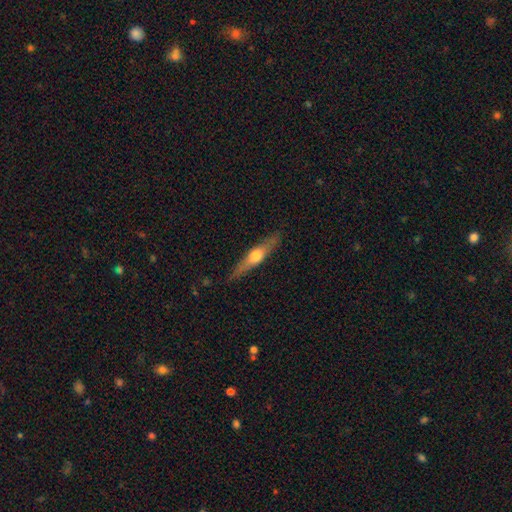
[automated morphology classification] Smooth or featured: featured or disk — 58% (smooth — 36%)
Edge-on disk: yes — 94% (no — 6%)
Edge-on bulge: rounded — 93% (boxy — 4%)
Merging: none — 85% (minor disturbance — 12%)